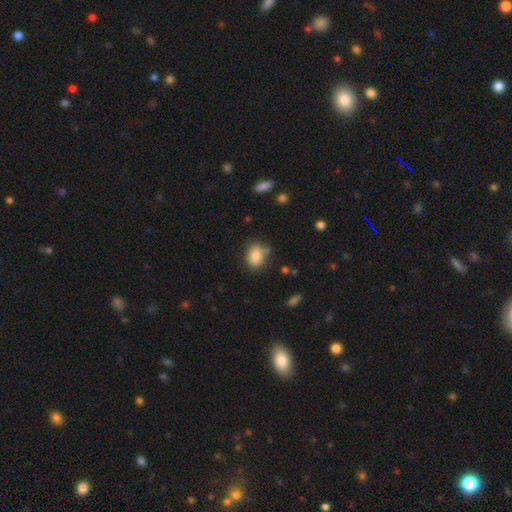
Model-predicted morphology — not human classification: Q: Smooth or featured?
A: smooth (85%); runner-up: star or artifact (9%)
Q: How rounded?
A: in between (65%); runner-up: round (34%)
Q: Merging?
A: none (69%); runner-up: minor disturbance (20%)